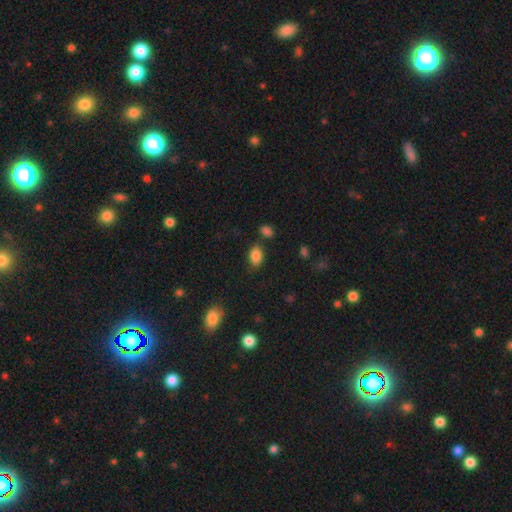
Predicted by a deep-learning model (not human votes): A smooth galaxy with no disk features (86%) that is in between round and cigar-shaped (83%). Merging: none (75%).